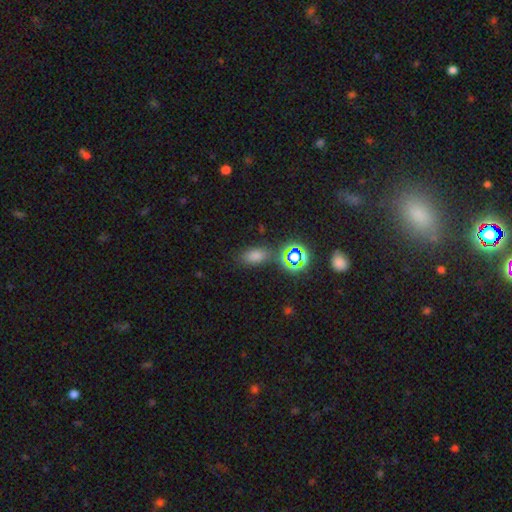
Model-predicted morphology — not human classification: Overall: smooth (61%; star or artifact 31%). How rounded: in between (79%). Merging: none (77%).